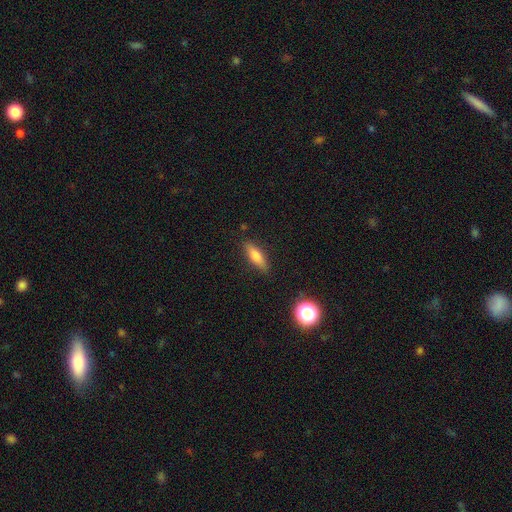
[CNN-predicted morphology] This is likely a smooth galaxy (72%). How rounded: possibly cigar-shaped (52%). Merging: clearly none (86%).